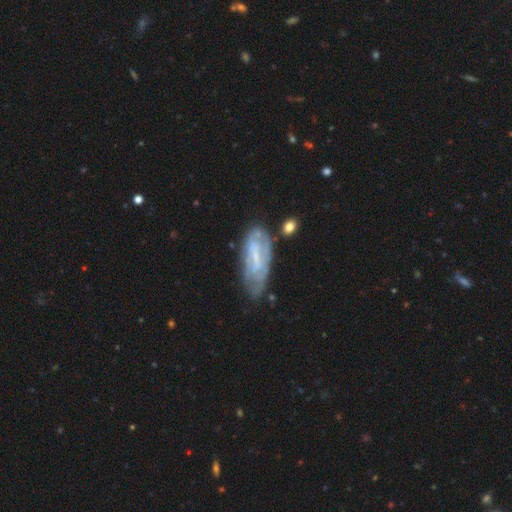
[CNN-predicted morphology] Smooth or featured?
  - featured or disk: 64% *
  - smooth: 28%
  - star or artifact: 8%
Edge-on disk?
  - no: 85% *
  - yes: 15%
Bar?
  - weak: 43% *
  - no: 32%
  - strong: 25%
Spiral arms?
  - yes: 63% *
  - no: 37%
Bulge size?
  - small: 47% *
  - none: 29%
  - moderate: 21%
  - large: 2%
  - dominant: 1%
Merging?
  - none: 53% *
  - minor disturbance: 29%
  - major disturbance: 12%
  - merger: 6%